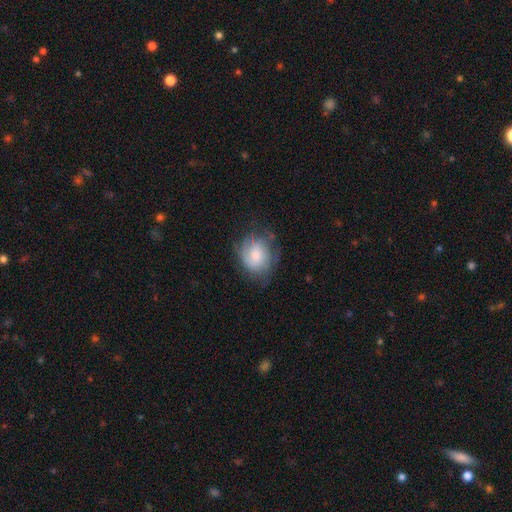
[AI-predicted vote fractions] smooth_or_featured: smooth (p=0.59) [alt: featured or disk p=0.33]
how_rounded: round (p=0.59) [alt: in between p=0.40]
merging: none (p=0.56) [alt: minor disturbance p=0.28]